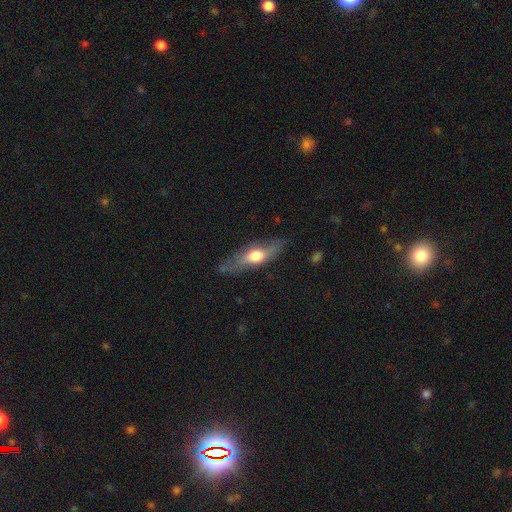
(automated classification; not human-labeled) This appears to be a smooth galaxy with no disk features (47%, tied with featured or disk). Merging: none (72%).